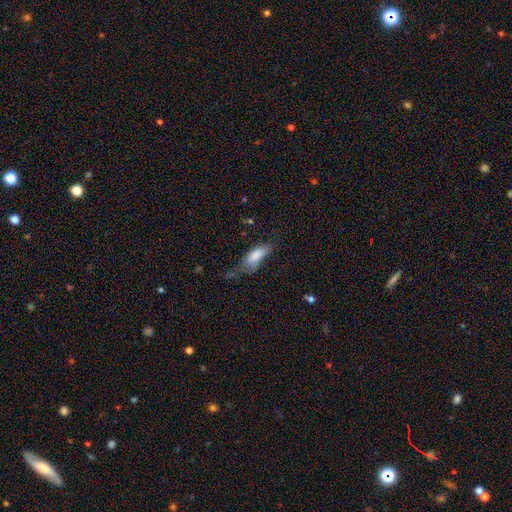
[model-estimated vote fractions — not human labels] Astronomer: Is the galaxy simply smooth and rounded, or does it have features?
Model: smooth — 78%.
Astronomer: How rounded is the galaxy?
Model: in between — 74%.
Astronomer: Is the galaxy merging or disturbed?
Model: minor disturbance — 36% (runner-up: none, 32%).